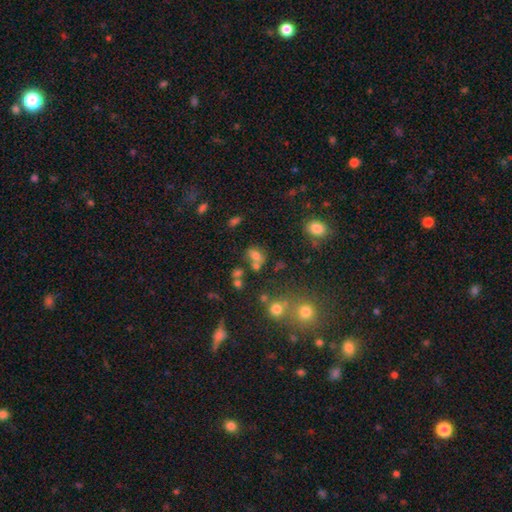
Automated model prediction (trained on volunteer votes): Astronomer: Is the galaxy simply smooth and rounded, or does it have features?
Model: smooth — 64%.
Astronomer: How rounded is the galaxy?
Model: in between — 62%.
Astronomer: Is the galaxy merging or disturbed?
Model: none — 45% (runner-up: merger, 32%).